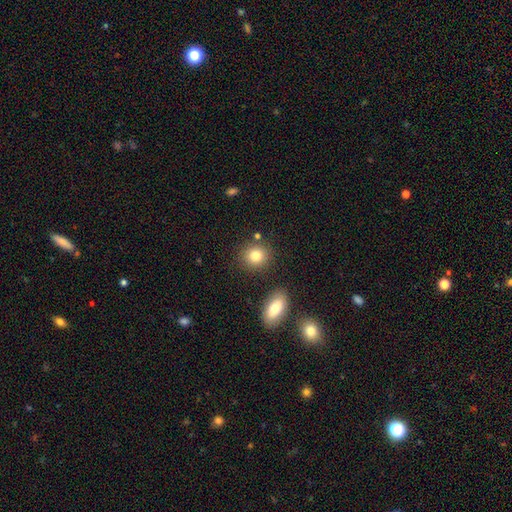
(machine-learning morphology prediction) The model was most divided on "how rounded": round: 79%, in between: 19%, cigar-shaped: 1%. More confident: merging — none (82%); smooth or featured — smooth (82%).